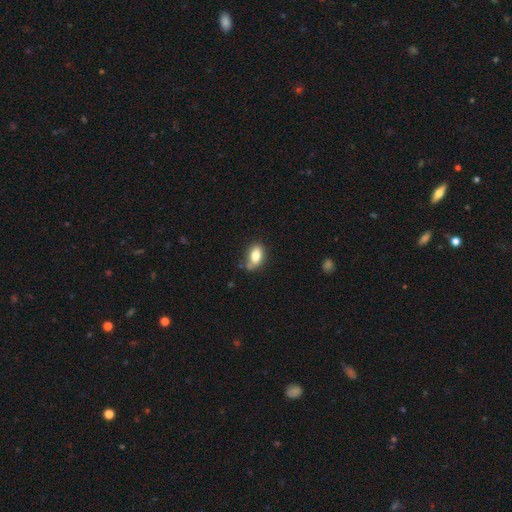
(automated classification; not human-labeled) Smooth or featured? Predicted: smooth (p=0.80). How rounded? Predicted: in between (p=0.87). Merging? Predicted: none (p=0.65).